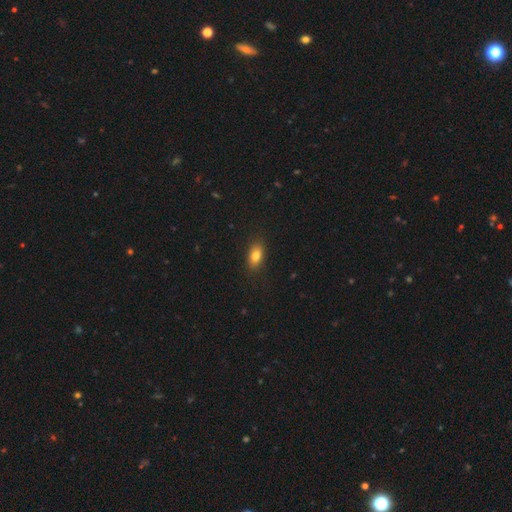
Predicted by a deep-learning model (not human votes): Overall: smooth (81%). How rounded: in between (85%). Merging: none (86%).